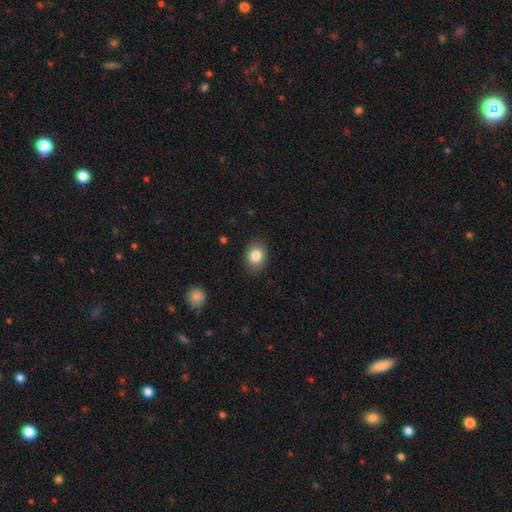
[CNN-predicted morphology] A smooth galaxy with no disk features (84%) that is in between round and cigar-shaped (56%).

Vote fractions:
- Smooth or featured? smooth: 84% / star or artifact: 9% / featured or disk: 8%
- How rounded? in between: 56% / round: 43% / cigar-shaped: 1%
- Merging? none: 86% / minor disturbance: 10% / major disturbance: 2% / merger: 1%